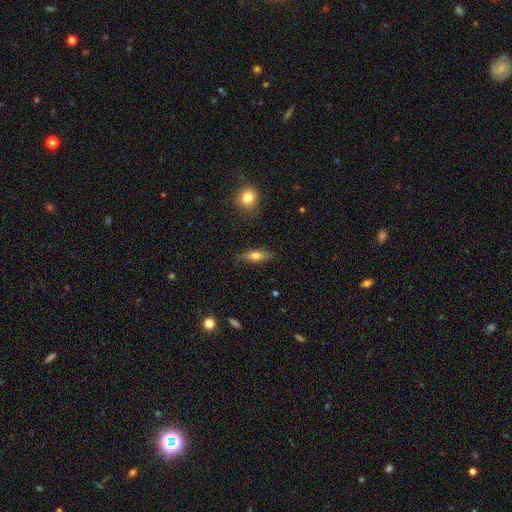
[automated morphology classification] A smooth galaxy with no disk features (53%) that is cigar-shaped (50%).

Vote fractions:
- Smooth or featured? smooth: 53% / featured or disk: 39% / star or artifact: 7%
- How rounded? cigar-shaped: 50% / in between: 45% / round: 5%
- Merging? none: 86% / minor disturbance: 10% / major disturbance: 2% / merger: 2%